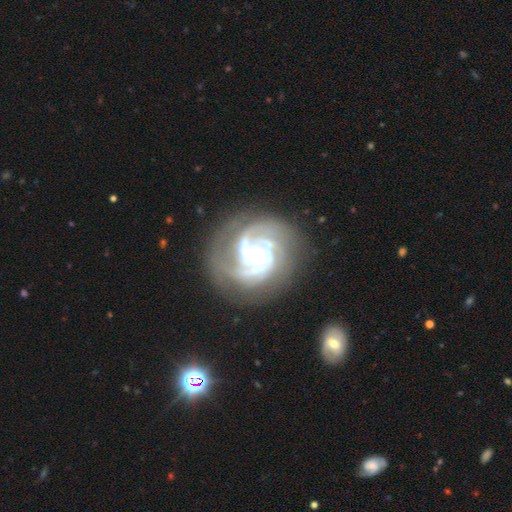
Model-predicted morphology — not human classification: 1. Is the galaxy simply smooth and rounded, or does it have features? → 91% featured or disk, 5% star or artifact, 4% smooth.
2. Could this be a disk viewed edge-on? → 98% no, 2% yes.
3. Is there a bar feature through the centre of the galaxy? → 67% no, 23% weak, 10% strong.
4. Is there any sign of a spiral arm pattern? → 98% yes, 2% no.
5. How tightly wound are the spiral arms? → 62% tight, 33% medium, 5% loose.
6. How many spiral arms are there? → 47% 3, 20% 2, 12% 4, 11% can't tell, 5% more than 4, 5% 1.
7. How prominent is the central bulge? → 52% small, 42% moderate, 3% large, 1% none, 1% dominant.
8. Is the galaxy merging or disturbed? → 70% none, 17% minor disturbance, 10% major disturbance, 3% merger.